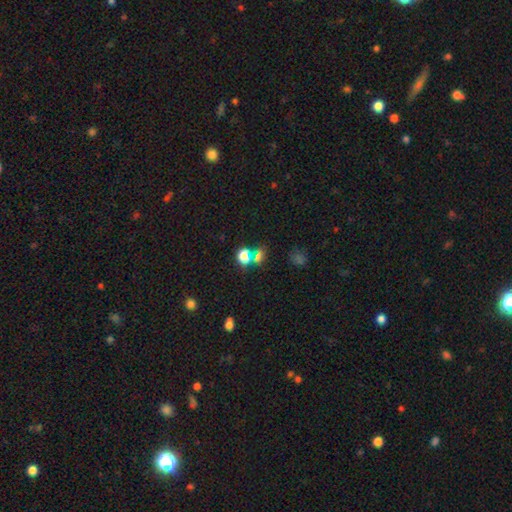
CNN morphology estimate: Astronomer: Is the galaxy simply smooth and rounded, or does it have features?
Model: smooth — 61%.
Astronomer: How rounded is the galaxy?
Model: round — 59% (runner-up: in between, 38%).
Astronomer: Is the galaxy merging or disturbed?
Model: none — 56%.